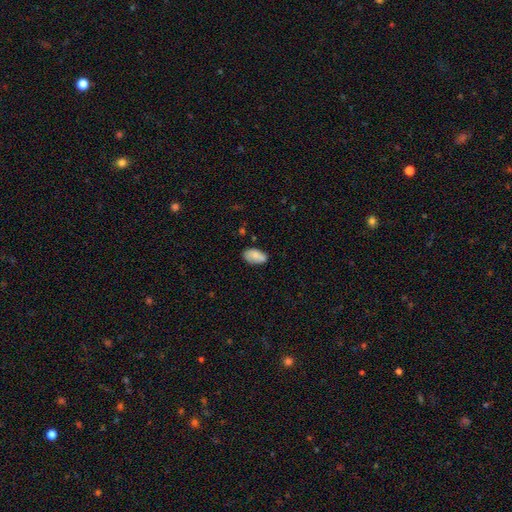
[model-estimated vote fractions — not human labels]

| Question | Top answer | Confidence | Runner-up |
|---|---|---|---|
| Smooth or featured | smooth | 84% | featured or disk (9%) |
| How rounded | in between | 94% | round (4%) |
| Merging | none | 73% | minor disturbance (21%) |